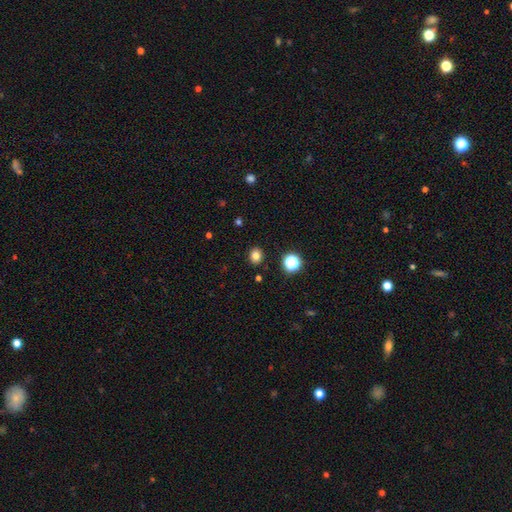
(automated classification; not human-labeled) Smooth or featured?
  - smooth: 80% *
  - star or artifact: 14%
  - featured or disk: 6%
How rounded?
  - round: 66% *
  - in between: 33%
  - cigar-shaped: 1%
Merging?
  - none: 90% *
  - minor disturbance: 6%
  - major disturbance: 2%
  - merger: 2%